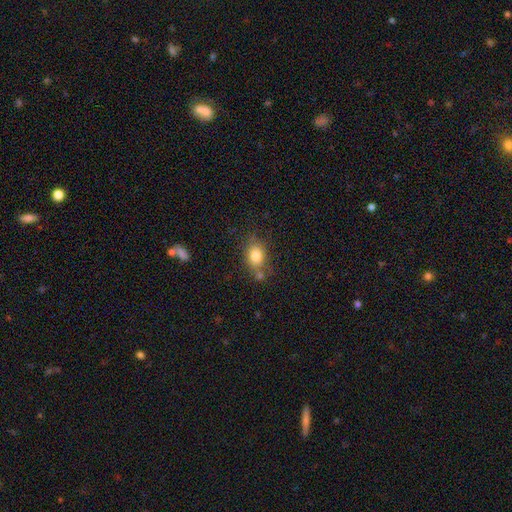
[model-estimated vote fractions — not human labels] Smooth or featured? smooth (80%)
How rounded? in between (63%)
Merging? none (62%)